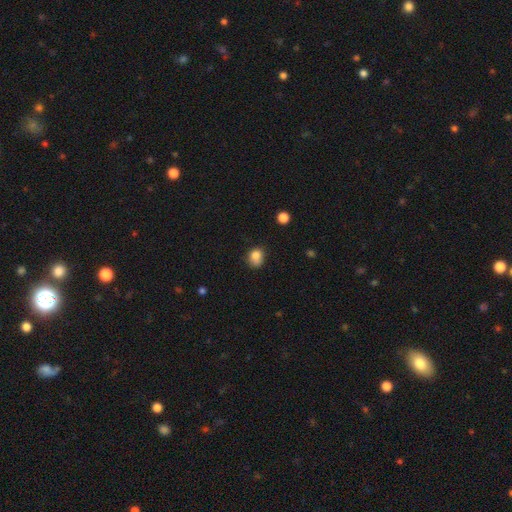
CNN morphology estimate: A smooth galaxy with no disk features (81%) that is round (60%).

Vote fractions:
- Smooth or featured? smooth: 81% / star or artifact: 11% / featured or disk: 8%
- How rounded? round: 60% / in between: 39% / cigar-shaped: 1%
- Merging? none: 52% / minor disturbance: 32% / major disturbance: 10% / merger: 6%